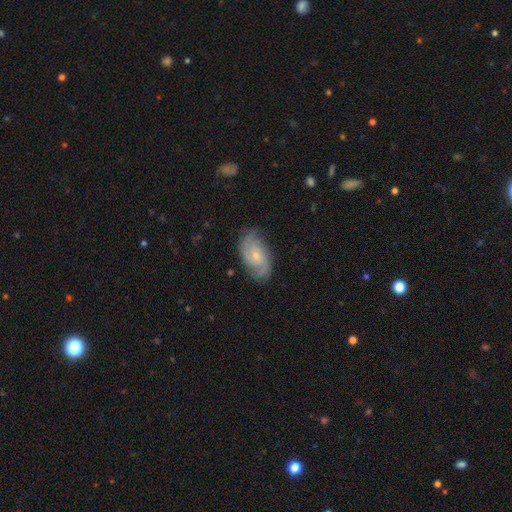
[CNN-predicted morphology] The model was most divided on "spiral winding": tight: 44%, medium: 43%, loose: 13%. More confident: edge-on disk — no (96%); spiral arms — yes (95%); smooth or featured — featured or disk (79%); merging — none (78%); bulge size — small (68%); spiral arm count — 2 (66%); bar — no (60%).